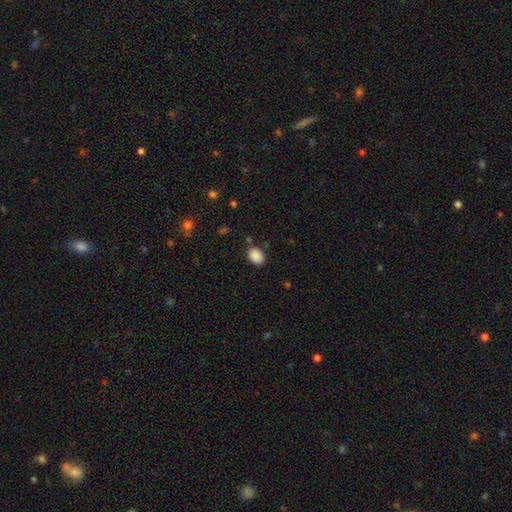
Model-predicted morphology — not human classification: smooth 89%, star or artifact 8%, featured or disk 3%. Down the decision tree: how rounded — in between (67%); merging — none (80%).